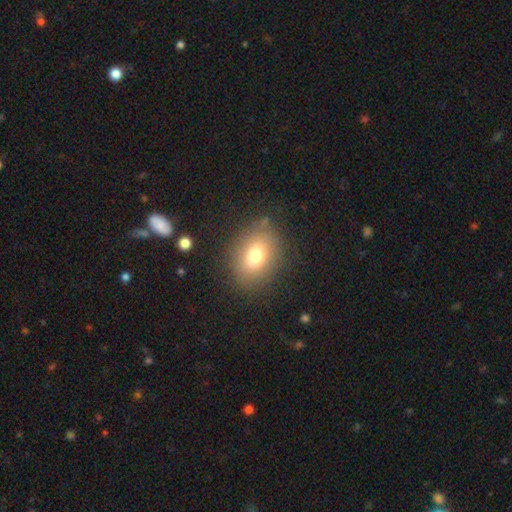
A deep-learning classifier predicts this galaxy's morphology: smooth 73%, featured or disk 15%, star or artifact 13%. Down the decision tree: how rounded — in between (64%); merging — none (81%).